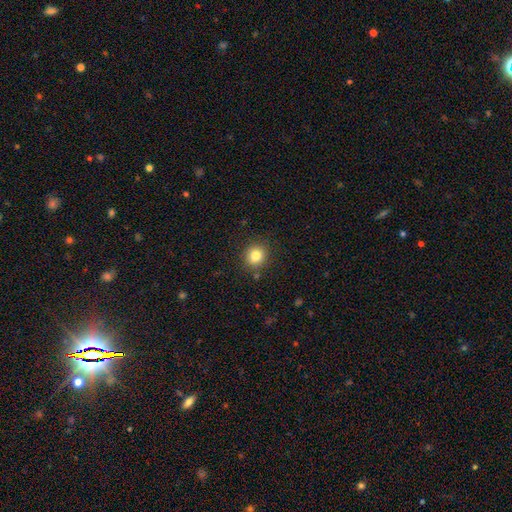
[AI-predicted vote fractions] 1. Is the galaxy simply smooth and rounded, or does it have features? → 81% smooth, 12% star or artifact, 7% featured or disk.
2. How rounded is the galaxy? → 85% round, 14% in between, 1% cigar-shaped.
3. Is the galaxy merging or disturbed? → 87% none, 8% minor disturbance, 3% merger, 2% major disturbance.